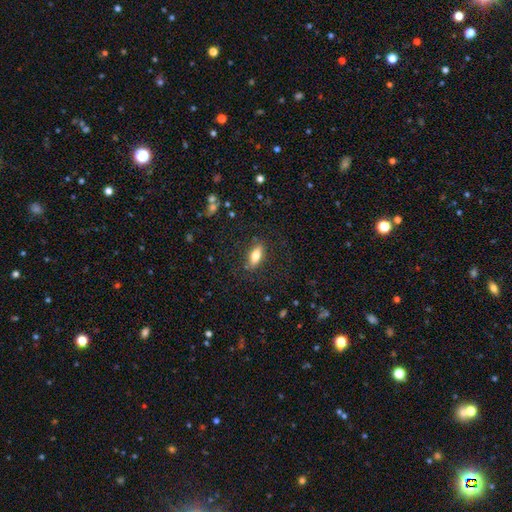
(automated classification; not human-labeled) Morphology: type=smooth (74%); roundness=in between (72%); merging=none (83%).